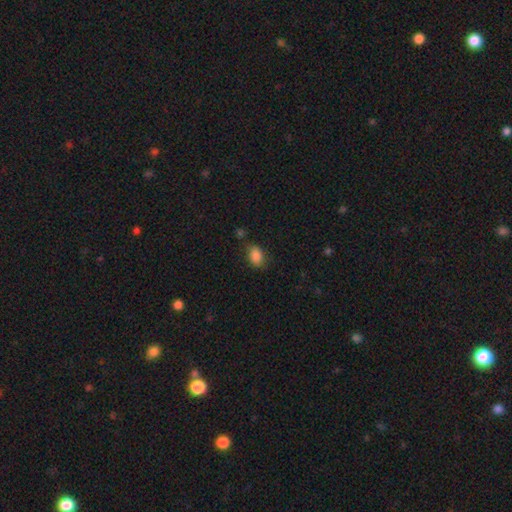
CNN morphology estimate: Smooth or featured? smooth (86%)
How rounded? in between (80%)
Merging? none (74%)